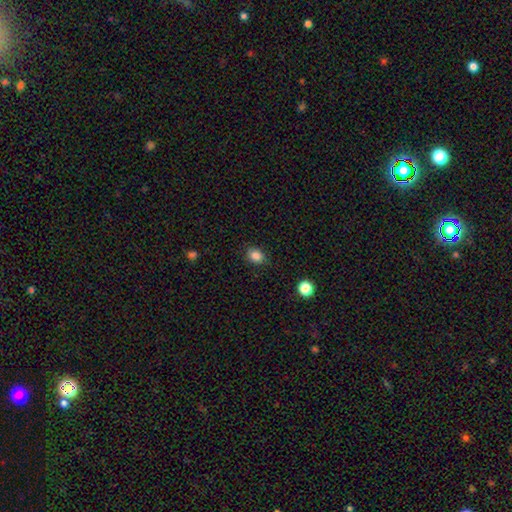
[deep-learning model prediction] Smooth or featured: smooth — 85% (star or artifact — 11%)
How rounded: in between — 52% (round — 48%)
Merging: none — 84% (minor disturbance — 11%)